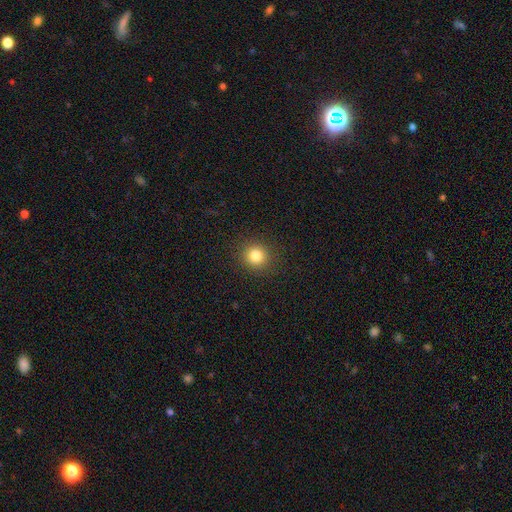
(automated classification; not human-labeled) Overall: smooth (82%). How rounded: round (90%). Merging: none (91%).